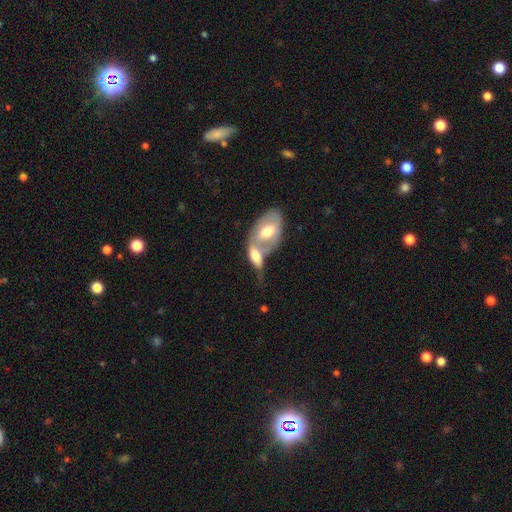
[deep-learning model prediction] smooth 56%, featured or disk 38%, star or artifact 6%. Down the decision tree: how rounded — in between (86%); merging — merger (71%).